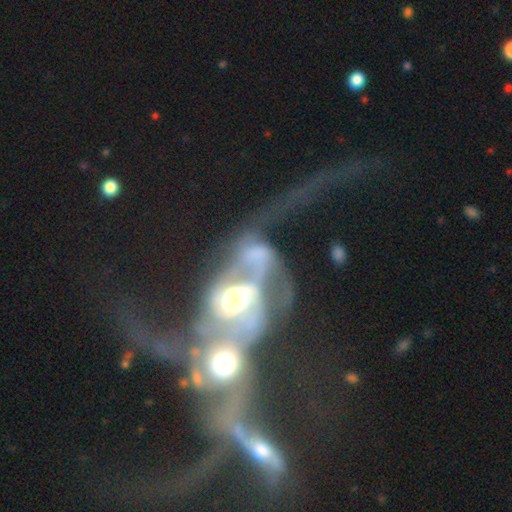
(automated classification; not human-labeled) Smooth or featured? Predicted: featured or disk (p=0.69). Edge-on disk? Predicted: no (p=0.96). Bar? Predicted: no (p=0.62). Spiral arms? Predicted: yes (p=0.73). Bulge size? Predicted: moderate (p=0.39). Merging? Predicted: merger (p=0.53).